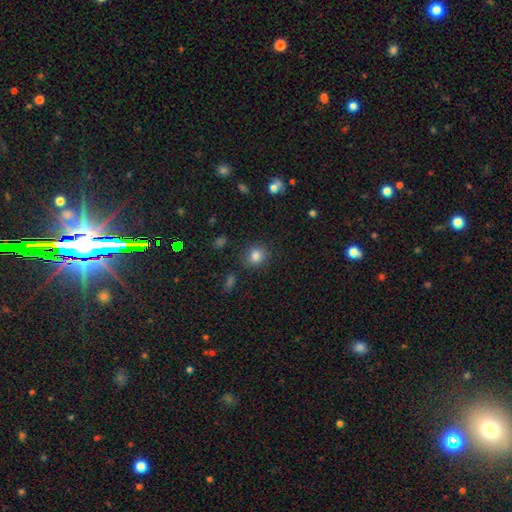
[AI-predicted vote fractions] Smooth or featured? smooth (83%)
How rounded? round (76%)
Merging? none (81%)